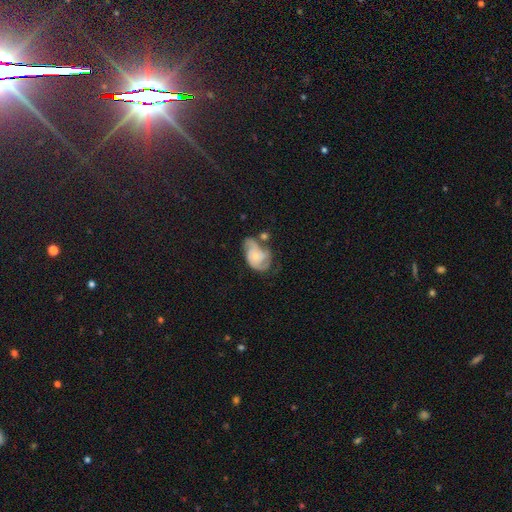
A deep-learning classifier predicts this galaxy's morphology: type=featured or disk (69%); edge-on=no (97%); bar=no (74%); spiral arms=yes (89%); winding=medium (42%); arm count=2 (56%); bulge=small (60%); merging=none (32%).